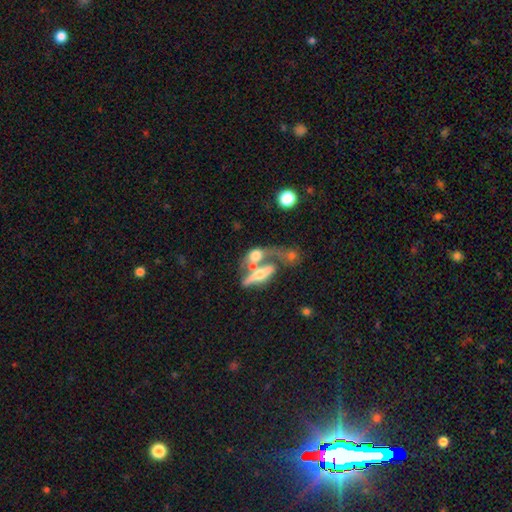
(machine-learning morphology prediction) Smooth or featured? Predicted: featured or disk (p=0.46). Merging? Predicted: merger (p=0.60).